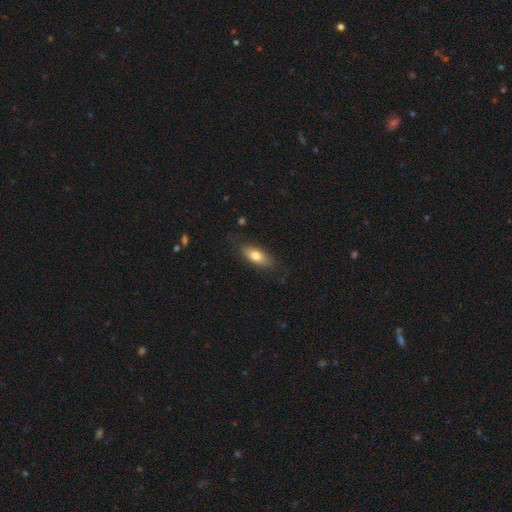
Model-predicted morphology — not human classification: Smooth or featured? Predicted: smooth (p=0.75). How rounded? Predicted: in between (p=0.80). Merging? Predicted: none (p=0.80).